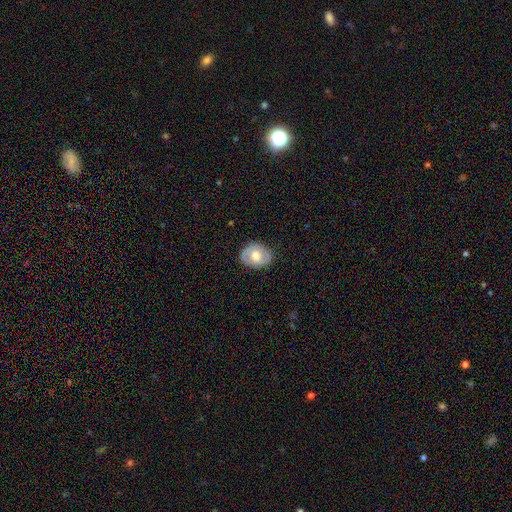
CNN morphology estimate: smooth_or_featured: featured or disk (p=0.50) [alt: smooth p=0.43]
merging: none (p=0.80) [alt: minor disturbance p=0.15]